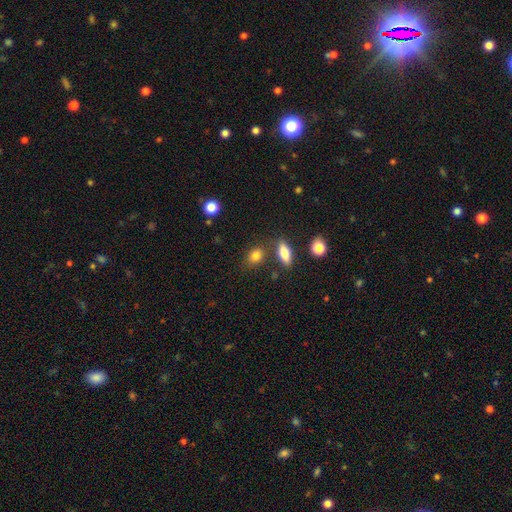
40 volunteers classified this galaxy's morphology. type=smooth (85%); roundness=in between (56%); merging=none (83%).